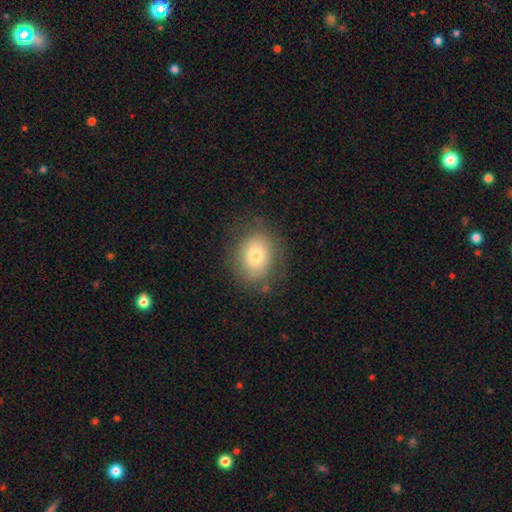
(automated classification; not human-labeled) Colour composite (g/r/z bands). It shows a smooth galaxy with no disk features (74%) that is round (52%). Merging: none (79%).